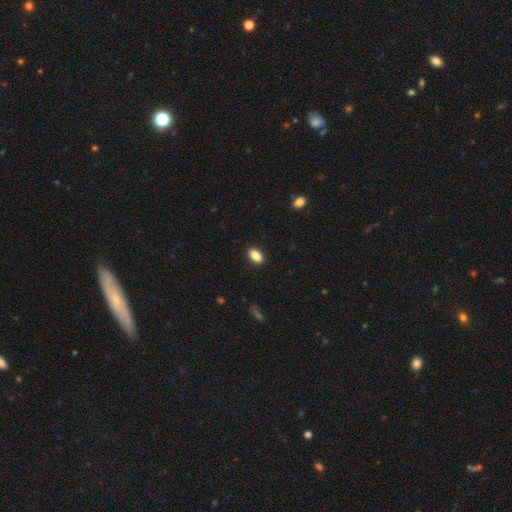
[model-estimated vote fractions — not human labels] Smooth or featured?
  - smooth: 87% *
  - star or artifact: 8%
  - featured or disk: 5%
How rounded?
  - in between: 89% *
  - round: 6%
  - cigar-shaped: 4%
Merging?
  - none: 89% *
  - minor disturbance: 8%
  - major disturbance: 2%
  - merger: 1%